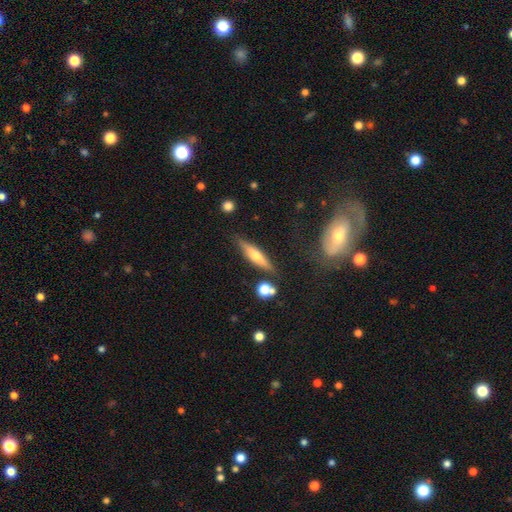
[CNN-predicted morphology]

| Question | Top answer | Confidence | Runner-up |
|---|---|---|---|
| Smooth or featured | featured or disk | 53% | smooth (39%) |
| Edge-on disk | yes | 93% | no (7%) |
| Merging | none | 82% | minor disturbance (11%) |